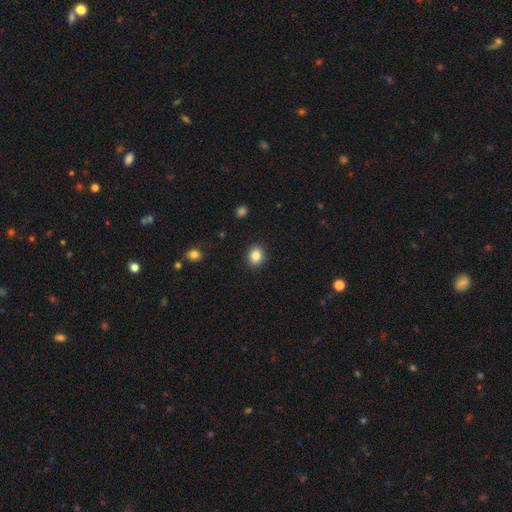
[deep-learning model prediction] Smooth or featured?
  - smooth: 85% *
  - star or artifact: 9%
  - featured or disk: 5%
How rounded?
  - round: 59% *
  - in between: 40%
  - cigar-shaped: 1%
Merging?
  - none: 90% *
  - minor disturbance: 7%
  - major disturbance: 2%
  - merger: 1%